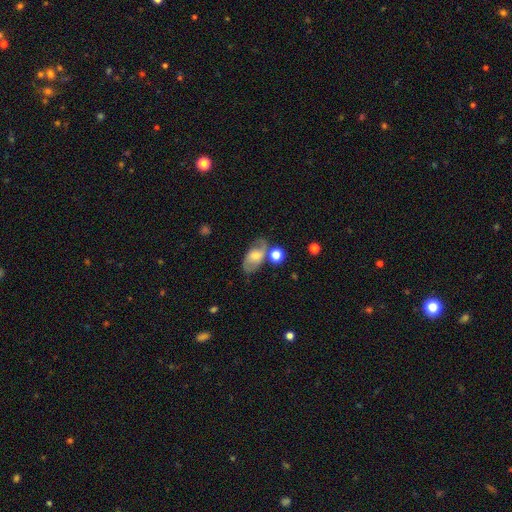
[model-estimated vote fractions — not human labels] Smooth or featured?
  - featured or disk: 49% *
  - smooth: 42%
  - star or artifact: 9%
Merging?
  - none: 58% *
  - minor disturbance: 21%
  - merger: 12%
  - major disturbance: 9%